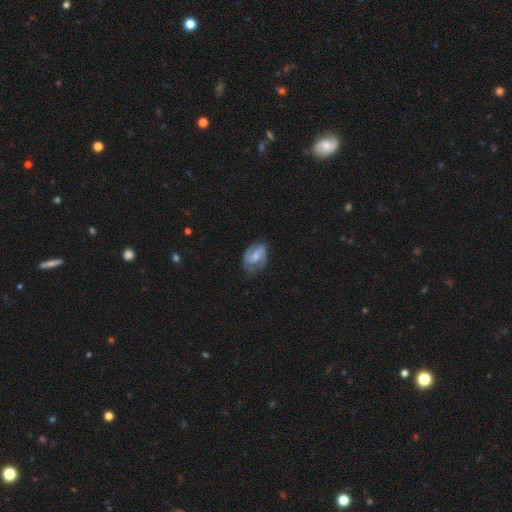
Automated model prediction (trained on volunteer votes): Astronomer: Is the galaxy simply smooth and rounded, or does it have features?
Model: featured or disk — 73%.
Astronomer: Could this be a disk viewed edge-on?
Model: no — 97%.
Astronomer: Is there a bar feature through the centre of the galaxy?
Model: weak — 54% (runner-up: no, 29%).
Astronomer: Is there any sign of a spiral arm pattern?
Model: yes — 92%.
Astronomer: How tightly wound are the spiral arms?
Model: medium — 49% (runner-up: tight, 30%).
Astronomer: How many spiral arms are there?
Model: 2 — 79%.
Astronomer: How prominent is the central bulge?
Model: moderate — 39% (runner-up: small, 38%).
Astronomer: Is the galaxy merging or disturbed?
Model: none — 64%.